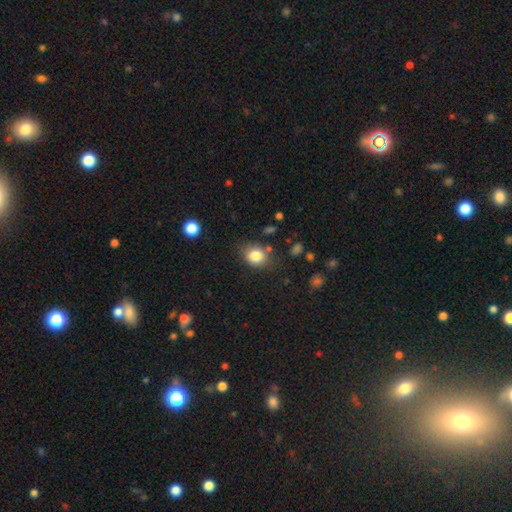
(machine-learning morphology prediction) Smooth or featured? smooth (83%)
How rounded? round (52%)
Merging? none (76%)